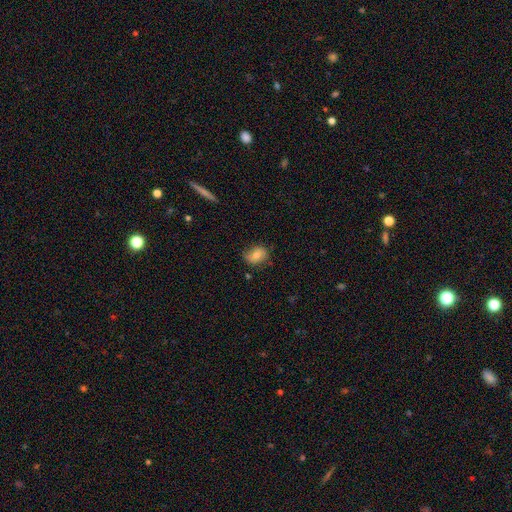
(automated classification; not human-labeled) Overall: smooth (69%). How rounded: in between (62%; round 36%). Merging: none (69%).